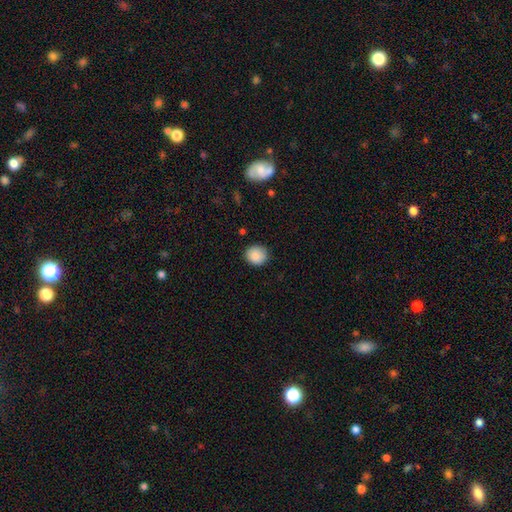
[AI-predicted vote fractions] smooth-or-featured: smooth: 87% | star or artifact: 8% | featured or disk: 4%
  how-rounded: round: 84% | in between: 15% | cigar-shaped: 1%
  merging: none: 87% | minor disturbance: 9% | major disturbance: 2% | merger: 1%